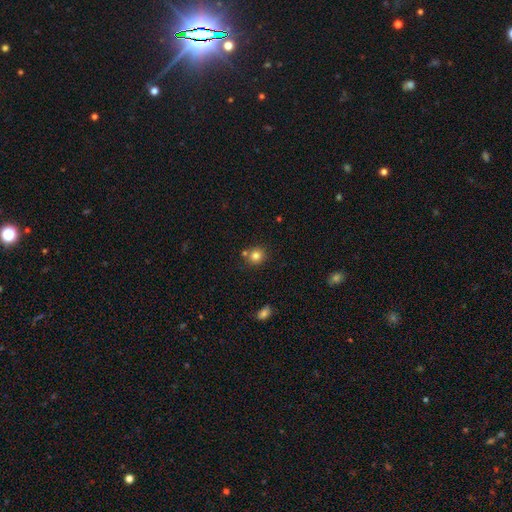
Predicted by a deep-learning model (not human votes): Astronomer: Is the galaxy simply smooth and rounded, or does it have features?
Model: smooth — 81%.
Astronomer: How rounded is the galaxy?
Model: round — 85%.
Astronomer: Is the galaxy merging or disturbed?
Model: none — 72%.